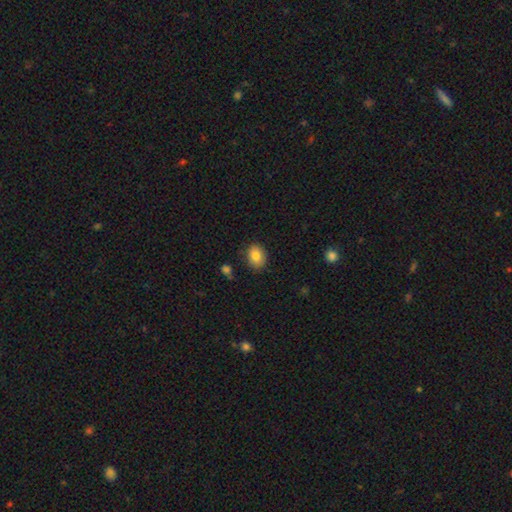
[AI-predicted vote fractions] A smooth galaxy with no disk features (83%) that is in between round and cigar-shaped (55%). Merging: none (84%).